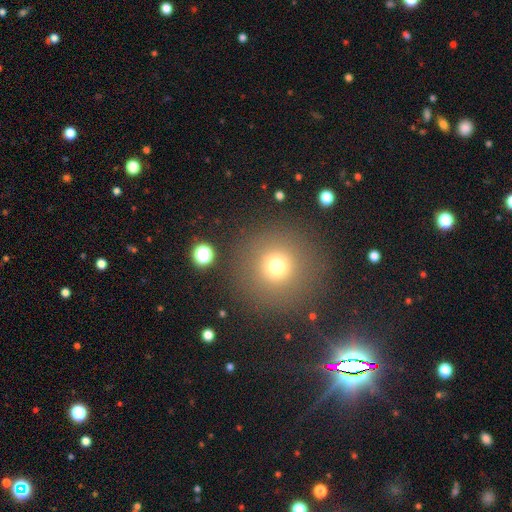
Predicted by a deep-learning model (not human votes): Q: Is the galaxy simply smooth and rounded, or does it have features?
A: smooth — 62%.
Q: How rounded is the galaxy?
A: round — 95%.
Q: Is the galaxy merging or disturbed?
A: none — 87%.